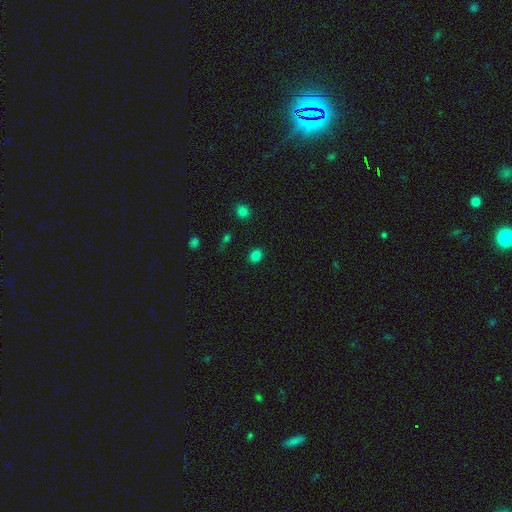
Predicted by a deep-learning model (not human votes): Overall: smooth (83%). How rounded: in between (55%; round 44%). Merging: none (87%).